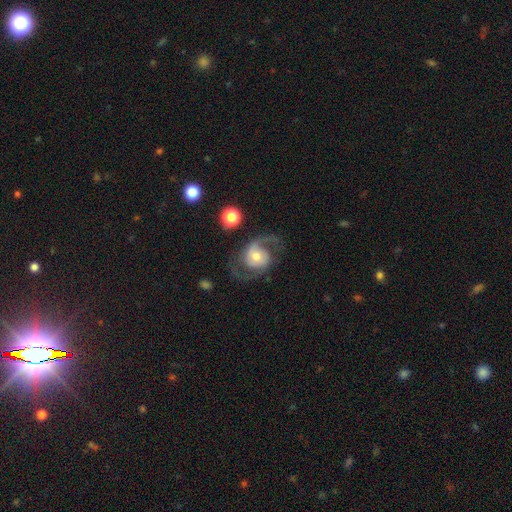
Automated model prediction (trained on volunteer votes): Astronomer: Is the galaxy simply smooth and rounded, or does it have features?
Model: featured or disk — 81%.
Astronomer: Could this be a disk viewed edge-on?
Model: no — 97%.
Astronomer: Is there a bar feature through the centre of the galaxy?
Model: no — 62%.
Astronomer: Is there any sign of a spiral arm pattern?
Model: yes — 93%.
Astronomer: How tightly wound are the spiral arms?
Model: medium — 48% (runner-up: loose, 38%).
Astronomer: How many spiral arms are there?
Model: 2 — 84%.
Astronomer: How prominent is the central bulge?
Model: moderate — 62%.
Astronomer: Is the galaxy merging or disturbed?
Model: none — 61%.